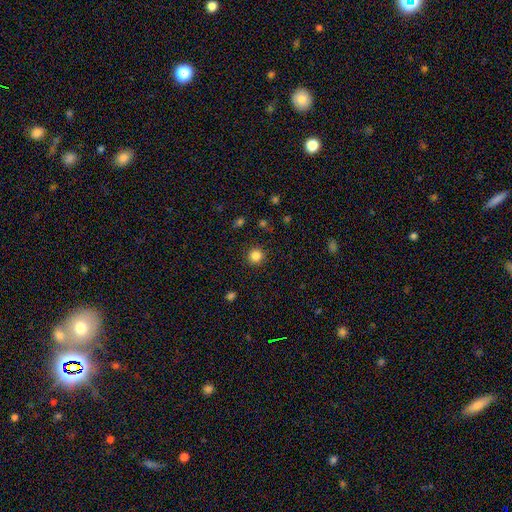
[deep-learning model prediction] A smooth galaxy with no disk features (84%) that is round (94%). Merging: none (91%).